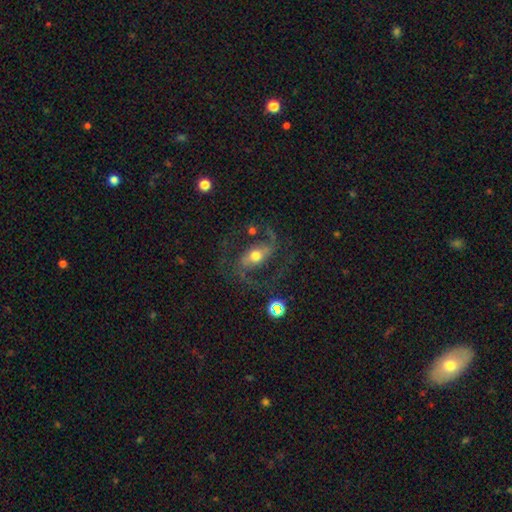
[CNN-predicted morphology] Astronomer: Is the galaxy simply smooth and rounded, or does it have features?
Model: featured or disk — 79%.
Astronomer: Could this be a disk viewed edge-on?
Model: no — 95%.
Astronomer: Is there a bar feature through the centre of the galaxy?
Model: weak — 38% (runner-up: strong, 32%).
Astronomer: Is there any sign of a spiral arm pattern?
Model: yes — 90%.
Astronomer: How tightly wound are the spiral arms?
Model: medium — 49% (runner-up: loose, 38%).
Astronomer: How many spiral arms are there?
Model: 2 — 87%.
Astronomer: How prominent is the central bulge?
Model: moderate — 69%.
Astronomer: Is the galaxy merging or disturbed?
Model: none — 64%.